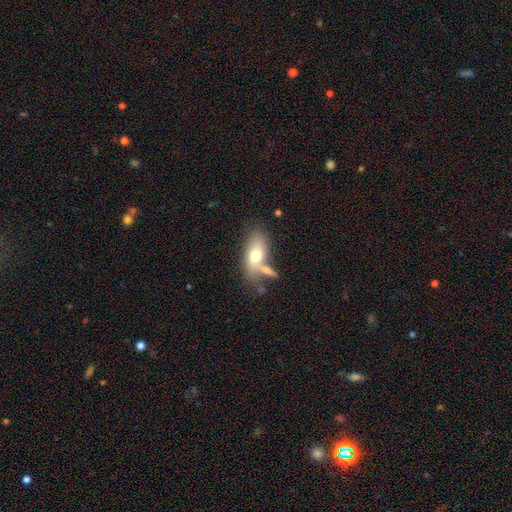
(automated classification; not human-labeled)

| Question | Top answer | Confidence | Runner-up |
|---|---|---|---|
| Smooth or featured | smooth | 68% | featured or disk (25%) |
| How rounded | in between | 87% | cigar-shaped (8%) |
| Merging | none | 48% | merger (28%) |